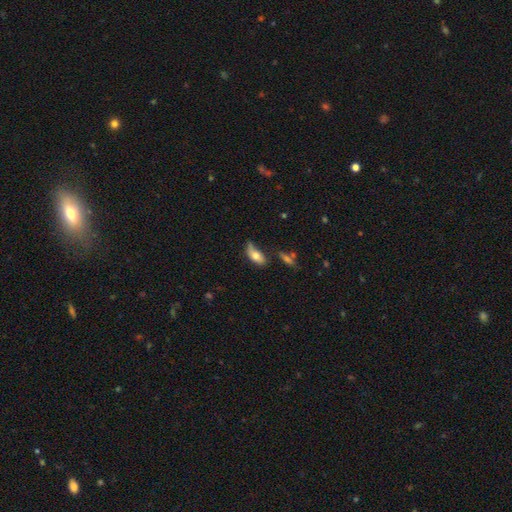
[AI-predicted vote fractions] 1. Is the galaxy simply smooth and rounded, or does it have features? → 69% smooth, 23% featured or disk, 8% star or artifact.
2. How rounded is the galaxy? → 85% in between, 11% cigar-shaped, 4% round.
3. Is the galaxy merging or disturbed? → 37% none, 36% minor disturbance, 19% major disturbance, 8% merger.